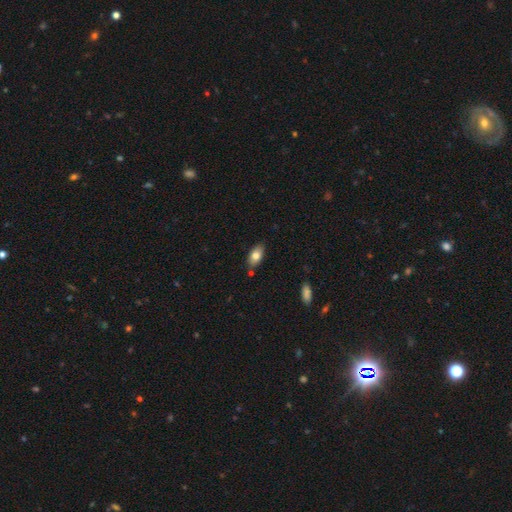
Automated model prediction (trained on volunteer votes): Smooth or featured? smooth (79%)
How rounded? in between (91%)
Merging? none (80%)